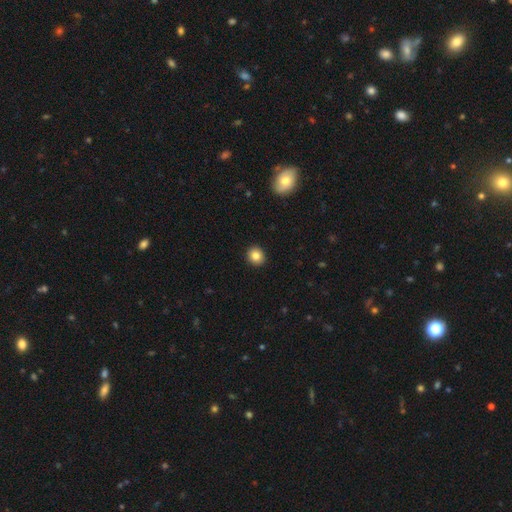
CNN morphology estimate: This is clearly a smooth galaxy (85%). How rounded: clearly round (85%). Merging: clearly none (92%).